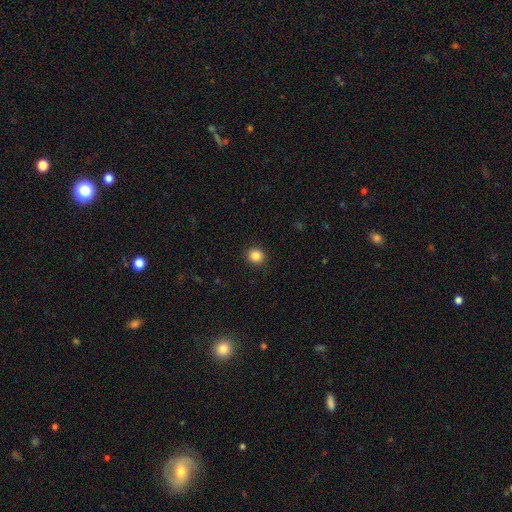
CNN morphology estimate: A smooth galaxy with no disk features (86%) that is round (90%).

Vote fractions:
- Smooth or featured? smooth: 86% / star or artifact: 11% / featured or disk: 3%
- How rounded? round: 90% / in between: 9% / cigar-shaped: 1%
- Merging? none: 91% / minor disturbance: 6% / major disturbance: 2% / merger: 1%